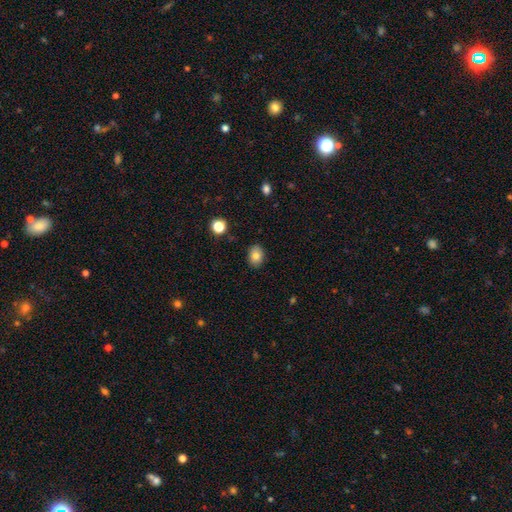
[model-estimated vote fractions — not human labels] Smooth or featured?
  - smooth: 81% *
  - star or artifact: 9%
  - featured or disk: 9%
How rounded?
  - in between: 63% *
  - round: 36%
  - cigar-shaped: 1%
Merging?
  - none: 87% *
  - minor disturbance: 9%
  - major disturbance: 2%
  - merger: 1%